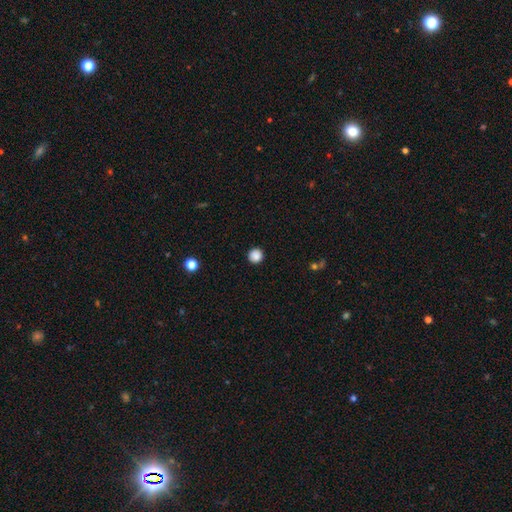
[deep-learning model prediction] smooth 88%, star or artifact 10%, featured or disk 3%. Down the decision tree: how rounded — round (96%); merging — none (93%).